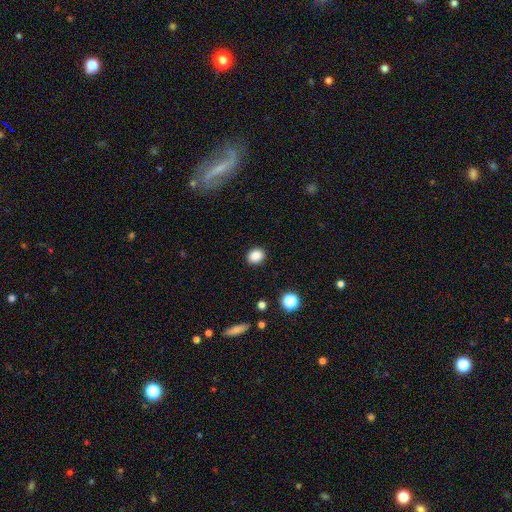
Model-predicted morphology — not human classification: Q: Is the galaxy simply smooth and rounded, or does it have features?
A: smooth — 87%.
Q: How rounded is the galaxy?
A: round — 58%.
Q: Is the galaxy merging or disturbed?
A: none — 89%.